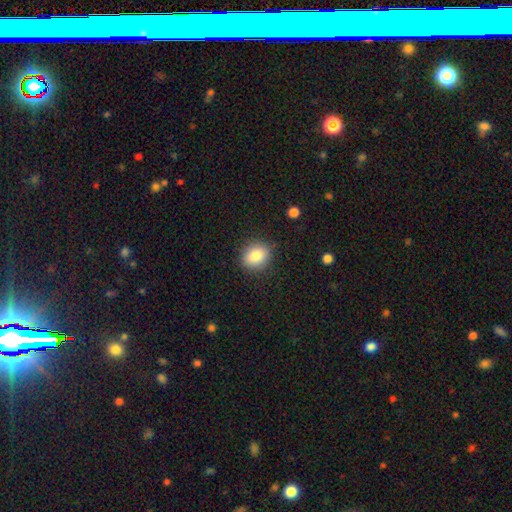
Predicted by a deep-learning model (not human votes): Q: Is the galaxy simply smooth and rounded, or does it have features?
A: smooth — 84%.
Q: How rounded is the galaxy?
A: round — 60%.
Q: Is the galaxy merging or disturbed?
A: none — 86%.